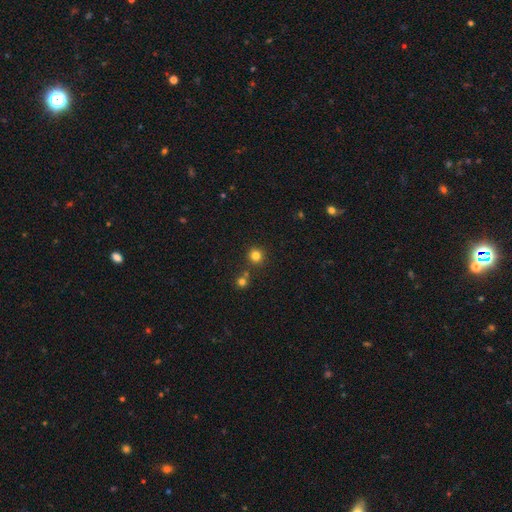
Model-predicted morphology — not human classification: Overall: smooth (81%). How rounded: round (94%). Merging: none (84%).